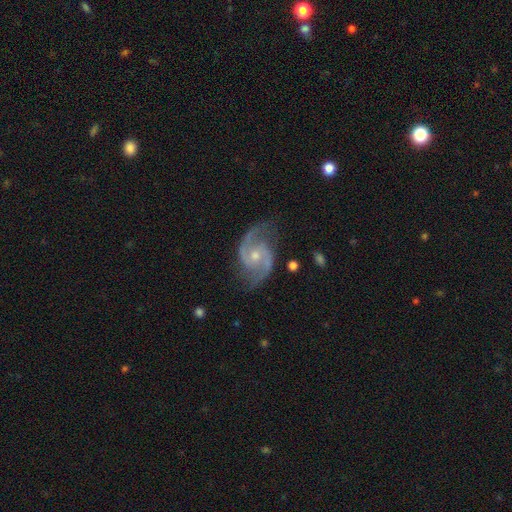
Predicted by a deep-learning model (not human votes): Overall: featured or disk (92%). Edge-on disk: no (98%). Bar: no (57%; weak 36%). Spiral arms: yes (98%). Spiral arm count: 2 (92%). Spiral winding: medium (61%). Bulge size: moderate (50%; small 46%). Merging: none (75%).